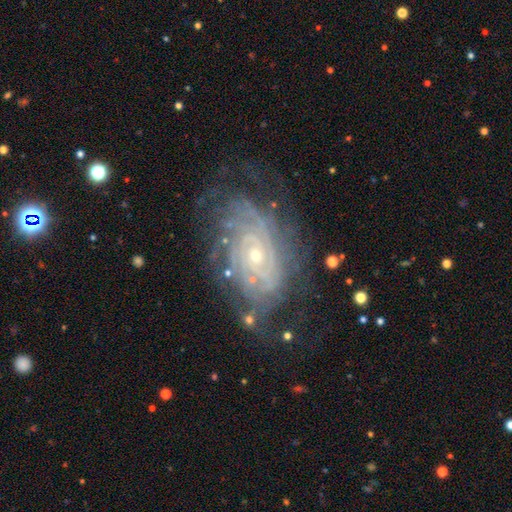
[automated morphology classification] Smooth or featured: featured or disk — 85% (smooth — 8%)
Edge-on disk: no — 95% (yes — 5%)
Bar: no — 76% (weak — 18%)
Spiral arms: yes — 92% (no — 8%)
Spiral winding: tight — 74% (medium — 20%)
Spiral arm count: can't tell — 47% (4 — 13%)
Bulge size: small — 72% (moderate — 24%)
Merging: none — 67% (minor disturbance — 19%)